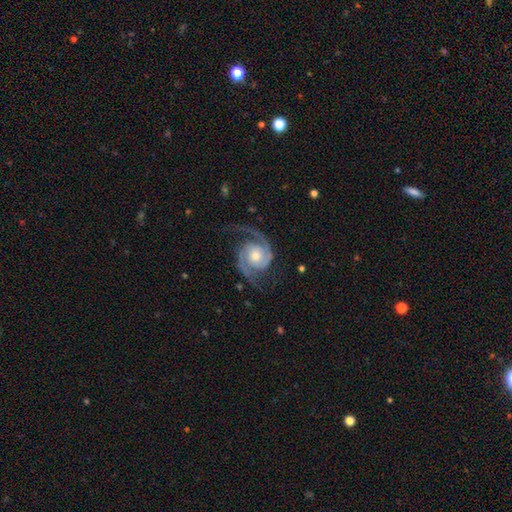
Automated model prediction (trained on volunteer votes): smooth-or-featured: featured or disk: 93% | star or artifact: 4% | smooth: 3%
  disk-edge-on: no: 98% | yes: 2%
    bar: no: 70% | weak: 23% | strong: 7%
    has-spiral-arms: yes: 98% | no: 2%
      spiral-winding: medium: 55% | tight: 26% | loose: 19%
      spiral-arm-count: 2: 94% | 3: 2% | can't tell: 2% | 1: 1% | 4: 1% | more than 4: 1%
    bulge-size: moderate: 54% | small: 38% | large: 5% | none: 2% | dominant: 1%
  merging: none: 76% | minor disturbance: 14% | major disturbance: 8% | merger: 1%